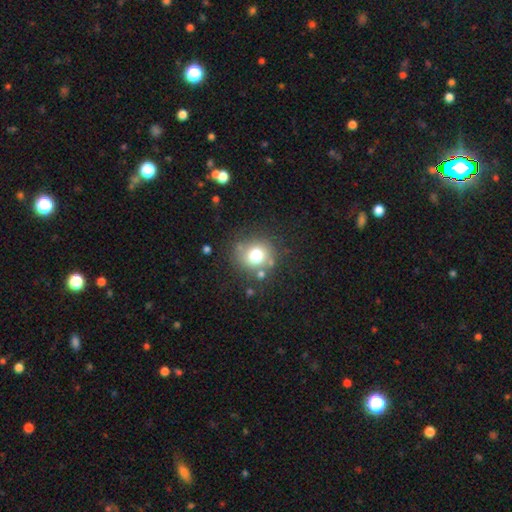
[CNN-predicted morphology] smooth 72%, star or artifact 14%, featured or disk 14%. Down the decision tree: how rounded — round (87%); merging — none (76%).